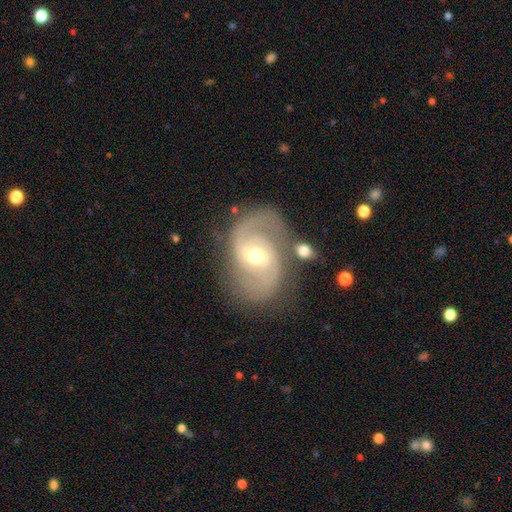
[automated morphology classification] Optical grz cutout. It shows a featured or disk galaxy (87%) with a weak bar (55%), 2 (84%) medium (50%) spiral arms (96%) and a moderate central bulge (63%). Merging: none (66%).